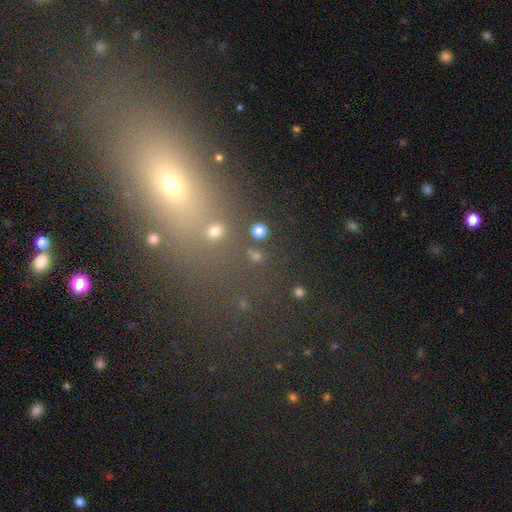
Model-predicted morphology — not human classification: Smooth or featured?
  - smooth: 45% *
  - star or artifact: 41%
  - featured or disk: 14%
Merging?
  - none: 73% *
  - minor disturbance: 11%
  - merger: 9%
  - major disturbance: 7%